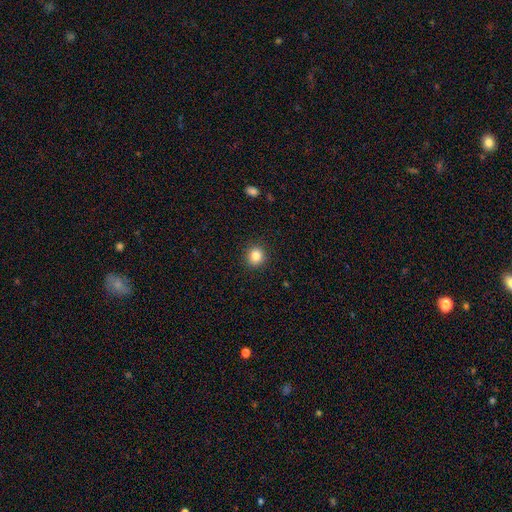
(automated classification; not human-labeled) Smooth or featured?
  - smooth: 84% *
  - star or artifact: 10%
  - featured or disk: 5%
How rounded?
  - round: 89% *
  - in between: 10%
  - cigar-shaped: 1%
Merging?
  - none: 92% *
  - minor disturbance: 5%
  - major disturbance: 2%
  - merger: 1%